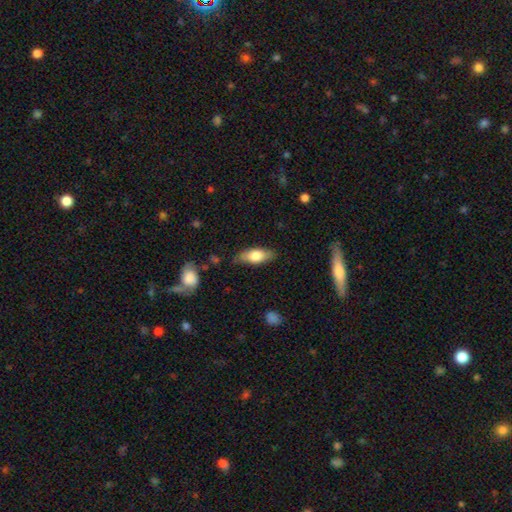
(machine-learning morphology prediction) smooth 71%, featured or disk 23%, star or artifact 7%. Down the decision tree: how rounded — in between (78%); merging — none (79%).